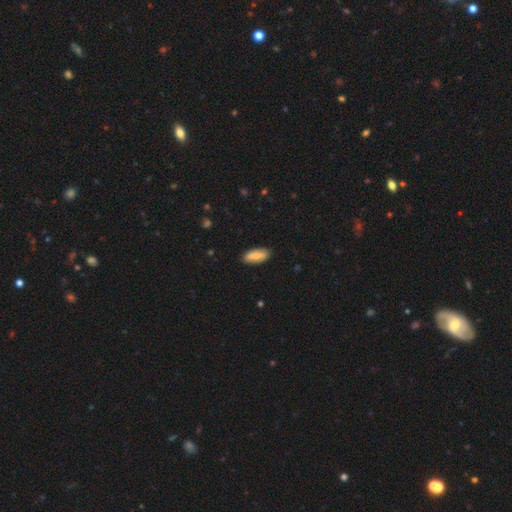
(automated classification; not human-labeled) Smooth or featured?
  - smooth: 73% *
  - featured or disk: 21%
  - star or artifact: 6%
How rounded?
  - in between: 76% *
  - cigar-shaped: 22%
  - round: 2%
Merging?
  - none: 87% *
  - minor disturbance: 10%
  - major disturbance: 2%
  - merger: 1%